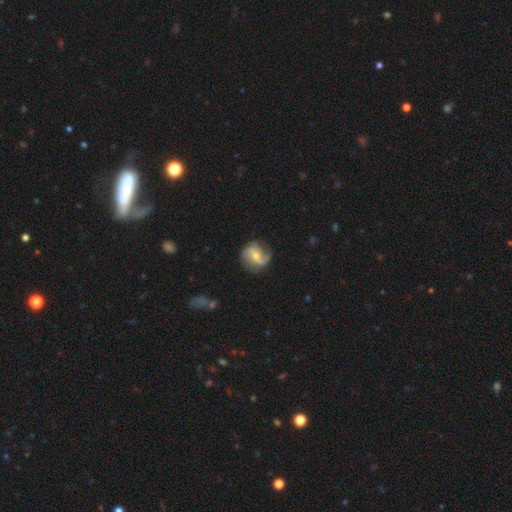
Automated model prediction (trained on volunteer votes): A featured or disk galaxy (74%) with a weak bar (42%), 2 (67%) medium (41%) spiral arms (92%) and a moderate central bulge (48%).

Vote fractions:
- Smooth or featured? featured or disk: 74% / smooth: 20% / star or artifact: 6%
- Edge-on disk? no: 97% / yes: 3%
- Bar? weak: 42% / no: 41% / strong: 17%
- Spiral arms? yes: 92% / no: 8%
- Spiral winding? medium: 41% / loose: 39% / tight: 20%
- Spiral arm count? 2: 67% / 1: 11% / can't tell: 11% / 3: 7% / 4: 2% / more than 4: 2%
- Bulge size? moderate: 48% / small: 47% / large: 2% / none: 2% / dominant: 1%
- Merging? none: 69% / minor disturbance: 21% / major disturbance: 9% / merger: 2%